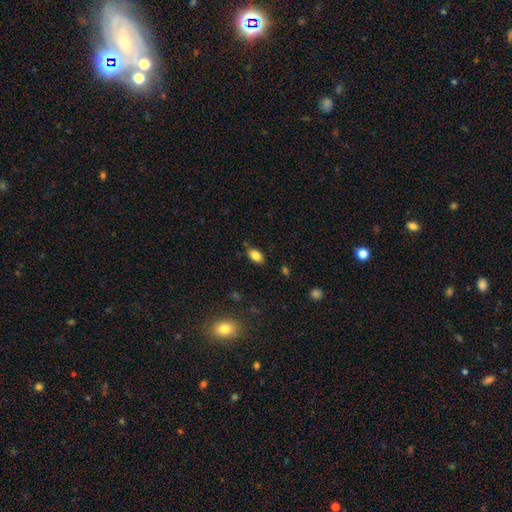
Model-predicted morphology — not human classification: Smooth or featured? Predicted: smooth (p=0.84). How rounded? Predicted: in between (p=0.89). Merging? Predicted: none (p=0.78).